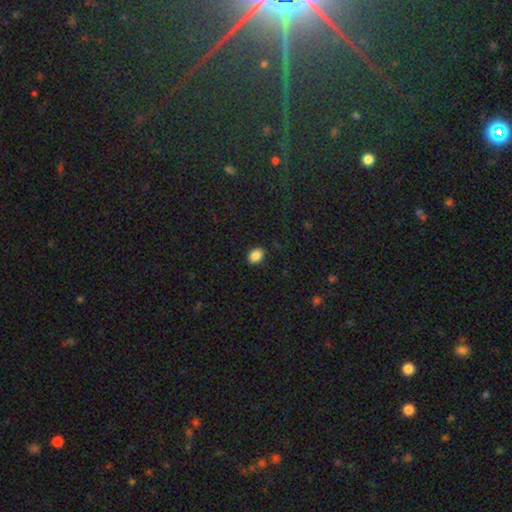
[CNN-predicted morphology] A smooth galaxy with no disk features (87%) that is in between round and cigar-shaped (70%).

Vote fractions:
- Smooth or featured? smooth: 87% / star or artifact: 9% / featured or disk: 3%
- How rounded? in between: 70% / round: 29% / cigar-shaped: 1%
- Merging? none: 88% / minor disturbance: 9% / major disturbance: 2% / merger: 1%